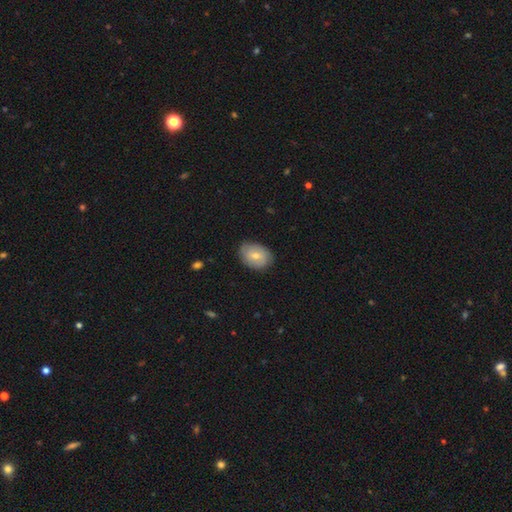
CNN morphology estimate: smooth 67%, featured or disk 26%, star or artifact 7%. Down the decision tree: how rounded — in between (73%); merging — none (81%).